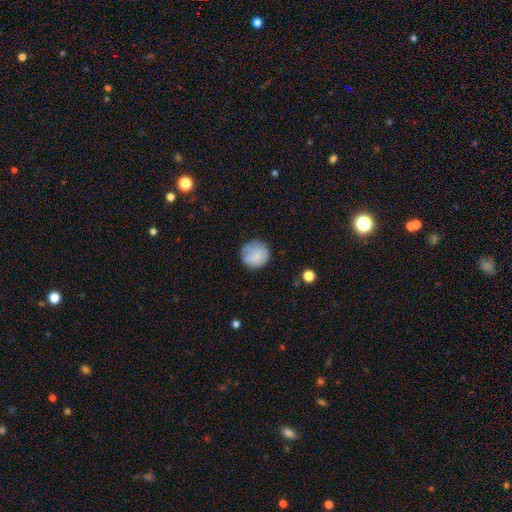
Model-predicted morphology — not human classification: smooth-or-featured: smooth: 84% | featured or disk: 8% | star or artifact: 7%
  how-rounded: round: 90% | in between: 9% | cigar-shaped: 1%
  merging: none: 79% | minor disturbance: 15% | major disturbance: 4% | merger: 1%